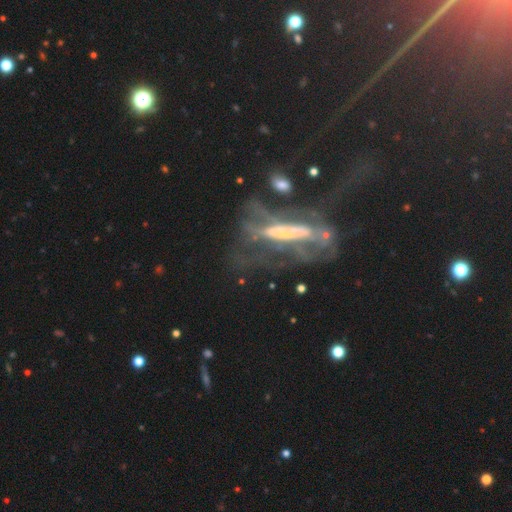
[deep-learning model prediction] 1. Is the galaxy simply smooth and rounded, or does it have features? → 64% featured or disk, 22% star or artifact, 14% smooth.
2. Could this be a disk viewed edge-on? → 54% no, 46% yes.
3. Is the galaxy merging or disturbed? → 43% none, 31% major disturbance, 20% minor disturbance, 7% merger.